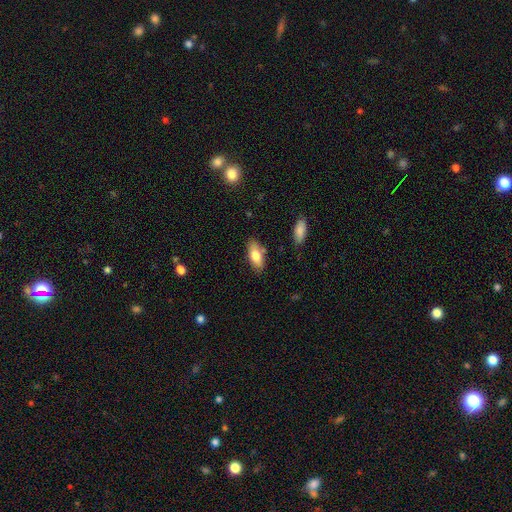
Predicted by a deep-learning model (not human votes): A smooth galaxy with no disk features (77%) that is in between round and cigar-shaped (85%).

Vote fractions:
- Smooth or featured? smooth: 77% / featured or disk: 16% / star or artifact: 7%
- How rounded? in between: 85% / cigar-shaped: 13% / round: 2%
- Merging? none: 79% / minor disturbance: 14% / merger: 4% / major disturbance: 3%